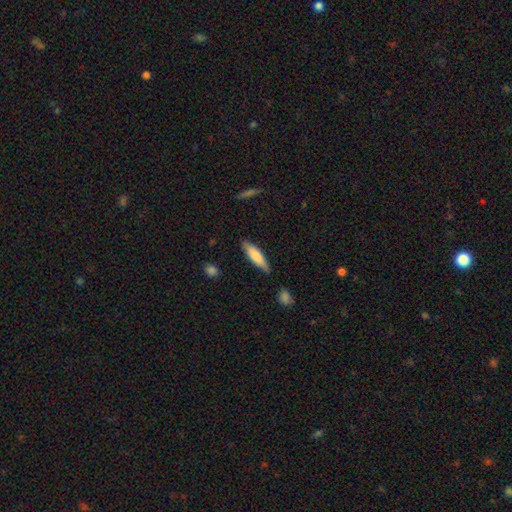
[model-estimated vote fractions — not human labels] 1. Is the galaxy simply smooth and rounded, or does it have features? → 74% smooth, 20% featured or disk, 6% star or artifact.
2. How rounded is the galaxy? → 69% cigar-shaped, 30% in between, 1% round.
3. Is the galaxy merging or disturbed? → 81% none, 14% minor disturbance, 2% major disturbance, 2% merger.